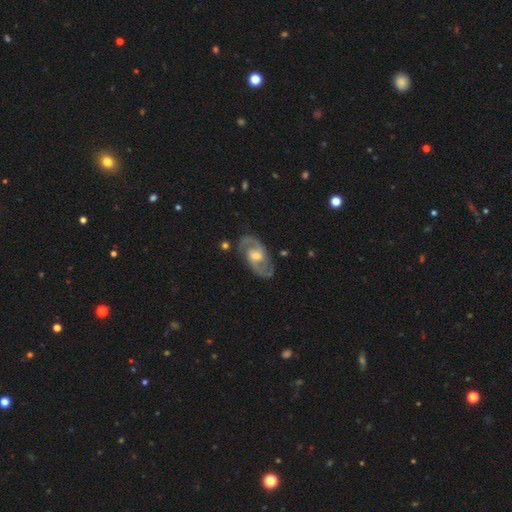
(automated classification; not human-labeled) smooth-or-featured: featured or disk: 89% | smooth: 6% | star or artifact: 5%
  disk-edge-on: no: 96% | yes: 4%
    bar: weak: 53% | no: 31% | strong: 17%
    has-spiral-arms: yes: 97% | no: 3%
      spiral-winding: medium: 58% | tight: 26% | loose: 17%
      spiral-arm-count: 2: 91% | can't tell: 4% | 3: 2% | 1: 1% | 4: 1% | more than 4: 1%
    bulge-size: moderate: 59% | small: 31% | large: 6% | none: 3% | dominant: 1%
  merging: none: 81% | minor disturbance: 13% | major disturbance: 4% | merger: 2%